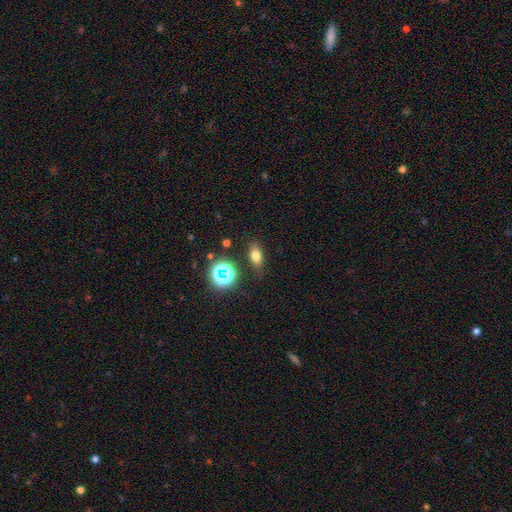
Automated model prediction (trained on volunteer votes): Smooth or featured? smooth (70%)
How rounded? in between (77%)
Merging? none (84%)